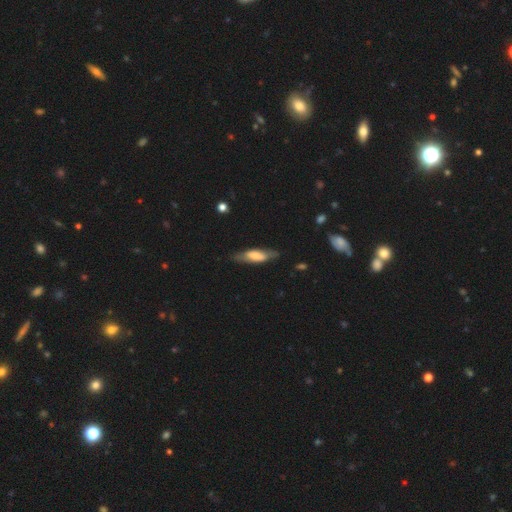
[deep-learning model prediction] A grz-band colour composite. It shows a smooth galaxy with no disk features (53%) that is cigar-shaped (54%). Merging: none (77%).